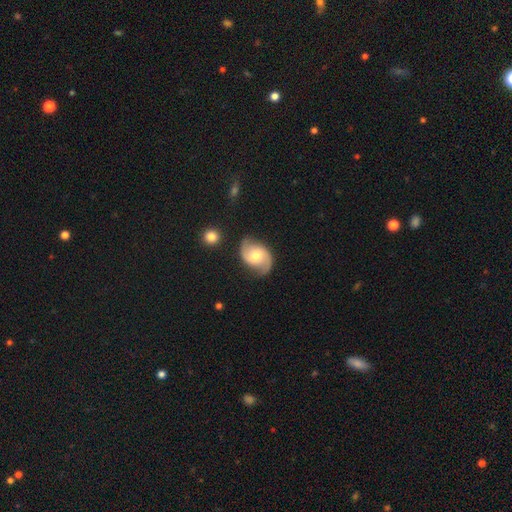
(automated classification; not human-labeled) This is likely a featured or disk galaxy (78%). It is clearly not viewed edge-on (98%). Bar: possibly no (55%). Spiral arm pattern: clearly yes (94%). Spiral arm count: clearly 2 (91%). Spiral winding: marginally medium (45%). Central bulge: likely moderate (67%). Merging: likely none (76%).